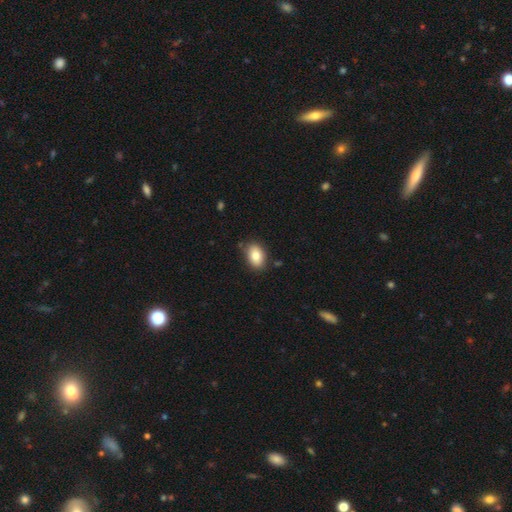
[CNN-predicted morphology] smooth-or-featured: smooth: 82% | featured or disk: 10% | star or artifact: 8%
  how-rounded: in between: 84% | round: 14% | cigar-shaped: 1%
  merging: none: 83% | minor disturbance: 13% | major disturbance: 3% | merger: 2%